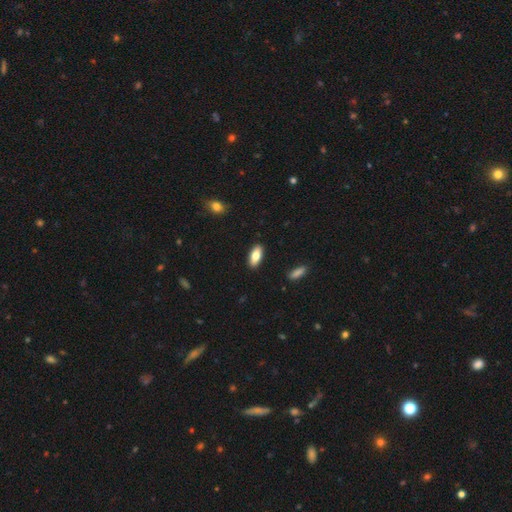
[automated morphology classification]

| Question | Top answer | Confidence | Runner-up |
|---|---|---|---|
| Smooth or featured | smooth | 77% | featured or disk (17%) |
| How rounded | in between | 79% | cigar-shaped (19%) |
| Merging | none | 89% | minor disturbance (8%) |